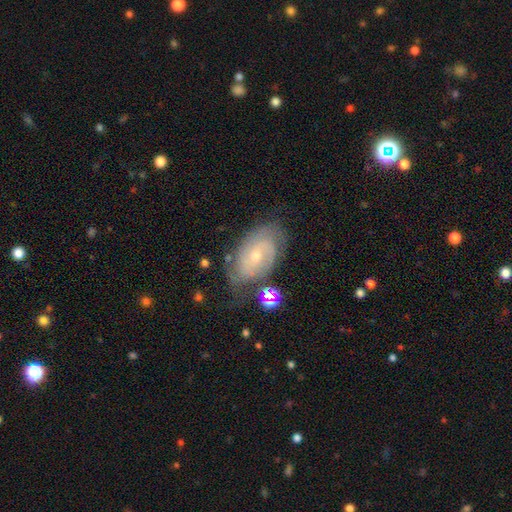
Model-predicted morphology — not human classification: A featured or disk galaxy (77%) with no bar (64%), 2 (45%) tight (61%) spiral arms (92%) and a small central bulge (64%). Merging: none (67%).